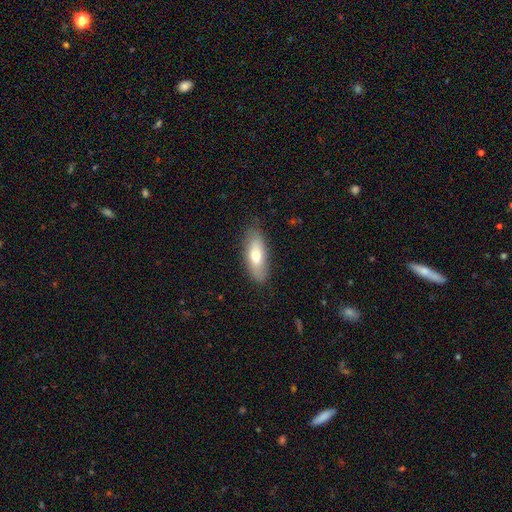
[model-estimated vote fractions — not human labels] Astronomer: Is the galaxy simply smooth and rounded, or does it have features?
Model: smooth — 71%.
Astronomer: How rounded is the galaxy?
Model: in between — 68%.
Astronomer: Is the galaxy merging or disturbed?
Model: none — 82%.